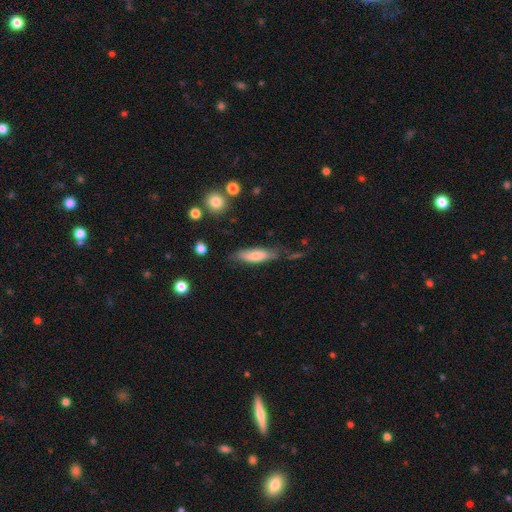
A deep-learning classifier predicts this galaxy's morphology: Overall: smooth (71%). How rounded: cigar-shaped (53%; in between 45%). Merging: none (66%).